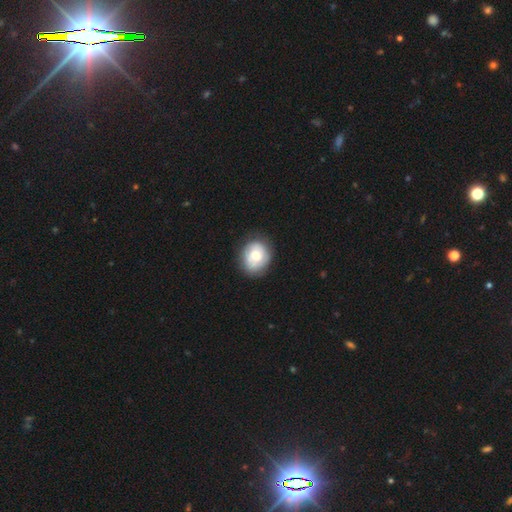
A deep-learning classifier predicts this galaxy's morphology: This appears to be a smooth galaxy with no disk features (60%) that is round (62%). Merging: none (78%).